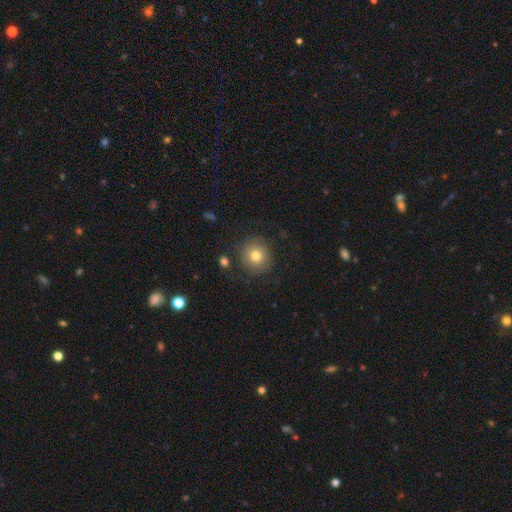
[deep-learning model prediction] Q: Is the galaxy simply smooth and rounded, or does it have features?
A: smooth — 75%.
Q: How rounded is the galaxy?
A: round — 92%.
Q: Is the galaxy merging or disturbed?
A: none — 83%.